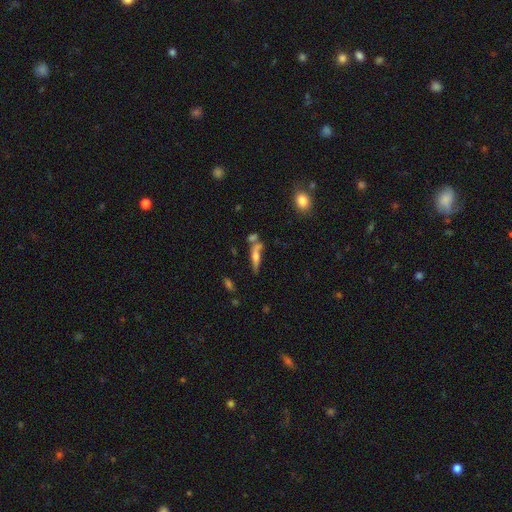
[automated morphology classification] The model was most divided on "smooth or featured": featured or disk: 47%, smooth: 43%, star or artifact: 11%. Remaining: merging — none (47%).